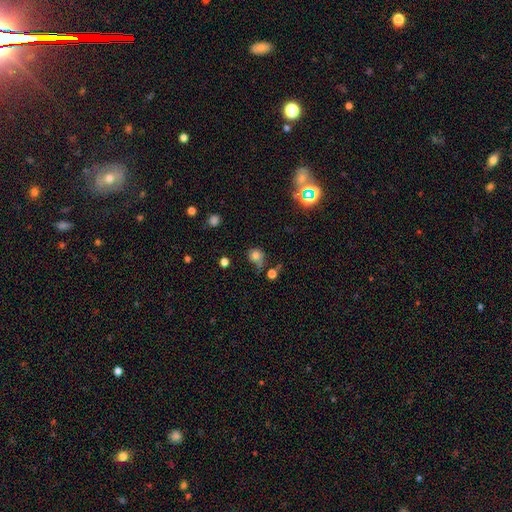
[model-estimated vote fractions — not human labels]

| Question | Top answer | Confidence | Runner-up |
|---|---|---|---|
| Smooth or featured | smooth | 73% | star or artifact (15%) |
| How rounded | round | 80% | in between (18%) |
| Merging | none | 47% | minor disturbance (26%) |